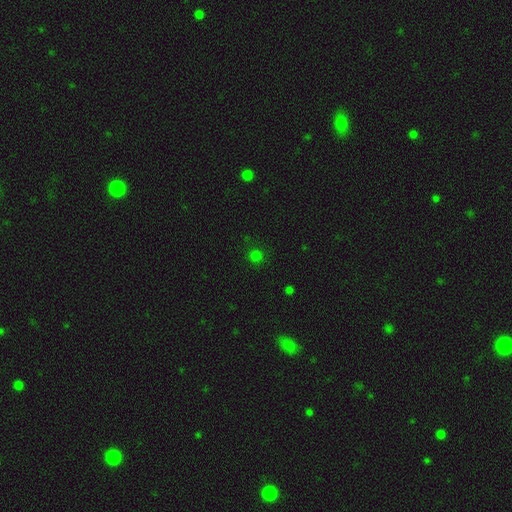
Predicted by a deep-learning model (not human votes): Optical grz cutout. It shows a smooth galaxy with no disk features (75%) that is round (92%). Merging: none (88%).